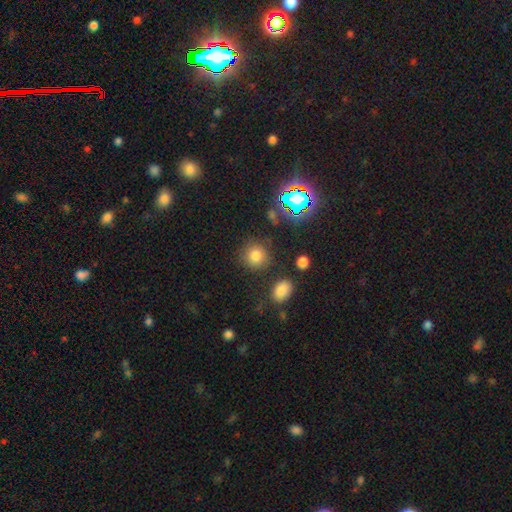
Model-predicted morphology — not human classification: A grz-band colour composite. It shows a smooth galaxy with no disk features (76%) that is round (88%). Merging: none (83%).